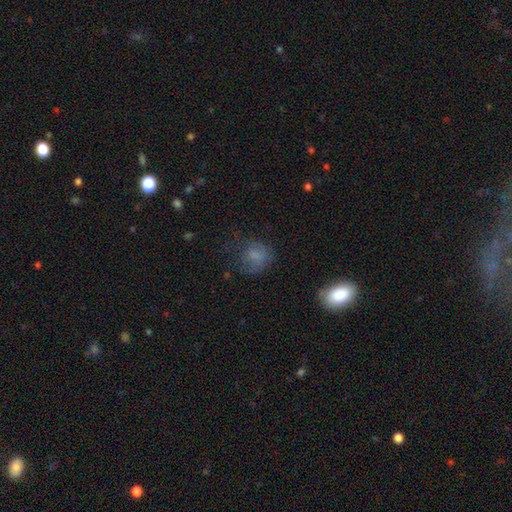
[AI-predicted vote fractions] The model was most divided on "merging": none: 47%, major disturbance: 26%, minor disturbance: 24%, merger: 3%. More confident: how rounded — round (67%); smooth or featured — smooth (63%).